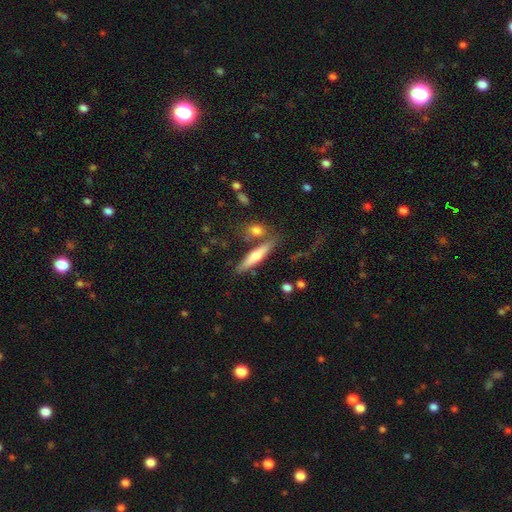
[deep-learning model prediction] Smooth or featured?
  - smooth: 59% *
  - featured or disk: 34%
  - star or artifact: 7%
How rounded?
  - cigar-shaped: 85% *
  - in between: 13%
  - round: 2%
Merging?
  - none: 70% *
  - merger: 14%
  - minor disturbance: 12%
  - major disturbance: 4%